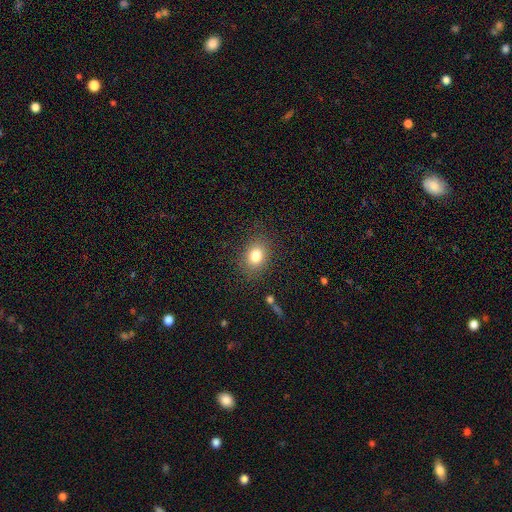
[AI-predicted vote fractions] This appears to be a smooth galaxy with no disk features (80%) that is in between round and cigar-shaped (57%). Merging: none (83%).